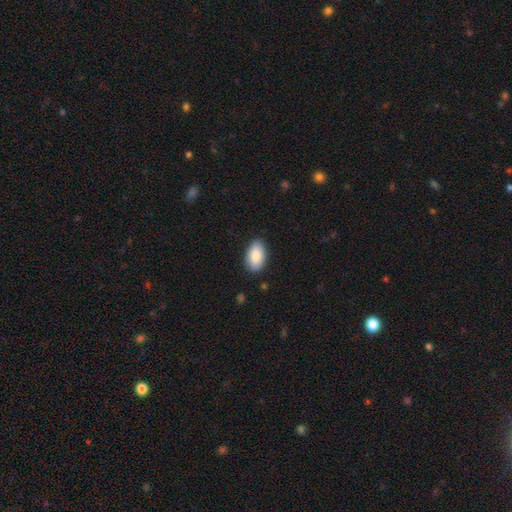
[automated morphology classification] Smooth or featured: smooth — 89% (star or artifact — 6%)
How rounded: in between — 95% (round — 4%)
Merging: none — 87% (minor disturbance — 10%)